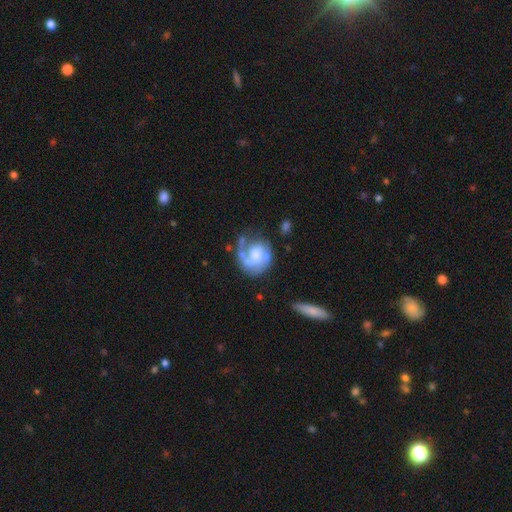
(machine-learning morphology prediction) This is likely a featured or disk galaxy (74%). It is clearly not viewed edge-on (98%). Bar: likely no (63%). Spiral arm pattern: clearly yes (88%). Spiral arm count: possibly 1 (55%). Spiral winding: marginally medium (41%). Central bulge: marginally moderate (36%). Merging: possibly none (52%).